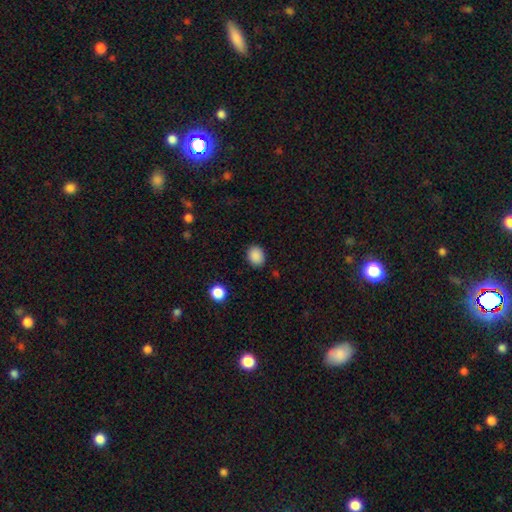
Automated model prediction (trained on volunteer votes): A smooth galaxy with no disk features (88%) that is round (50%). Merging: none (87%).